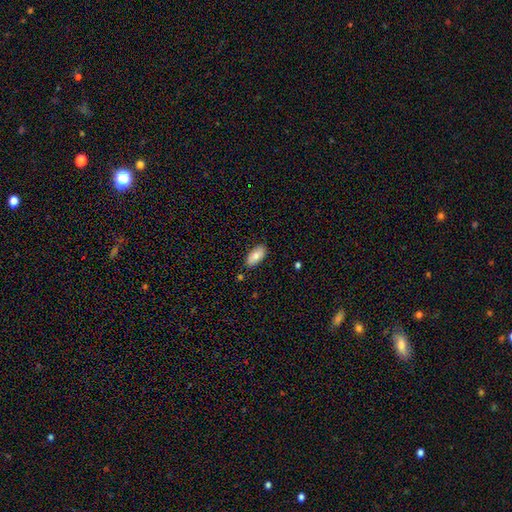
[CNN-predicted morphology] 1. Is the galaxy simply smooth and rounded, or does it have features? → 78% smooth, 15% featured or disk, 7% star or artifact.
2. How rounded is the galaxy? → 92% in between, 5% cigar-shaped, 2% round.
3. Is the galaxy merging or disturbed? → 85% none, 11% minor disturbance, 2% major disturbance, 2% merger.